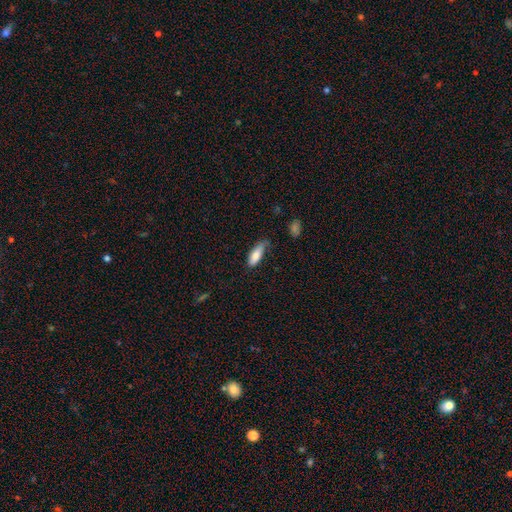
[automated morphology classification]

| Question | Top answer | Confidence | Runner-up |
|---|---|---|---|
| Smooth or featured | smooth | 80% | featured or disk (13%) |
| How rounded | in between | 66% | cigar-shaped (32%) |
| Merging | none | 48% | minor disturbance (37%) |